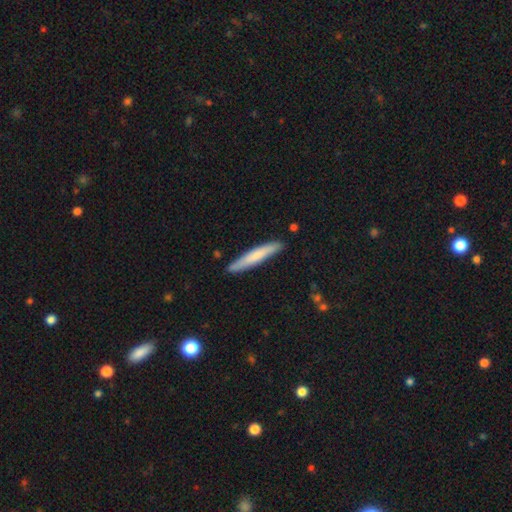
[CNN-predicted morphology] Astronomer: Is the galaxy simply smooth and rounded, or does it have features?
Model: smooth — 67%.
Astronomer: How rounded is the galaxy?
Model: cigar-shaped — 94%.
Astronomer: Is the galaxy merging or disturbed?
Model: none — 87%.